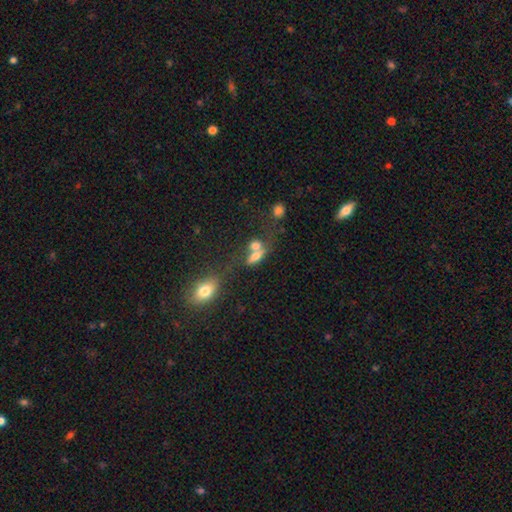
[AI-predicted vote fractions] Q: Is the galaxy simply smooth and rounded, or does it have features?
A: smooth — 66%.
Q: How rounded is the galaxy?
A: in between — 68%.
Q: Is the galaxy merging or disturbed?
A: merger — 51%.